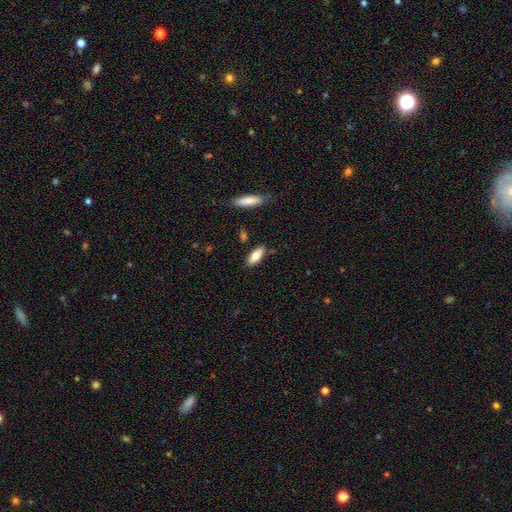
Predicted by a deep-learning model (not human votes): This is likely a smooth galaxy (78%). How rounded: likely in between (70%). Merging: clearly none (83%).